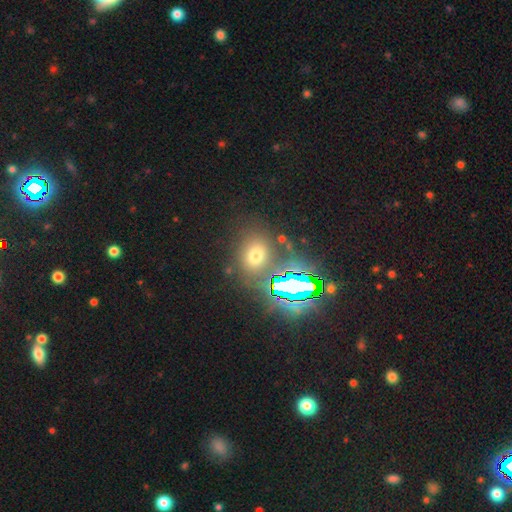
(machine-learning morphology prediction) Smooth or featured? Predicted: smooth (p=0.57). How rounded? Predicted: round (p=0.50). Merging? Predicted: none (p=0.77).